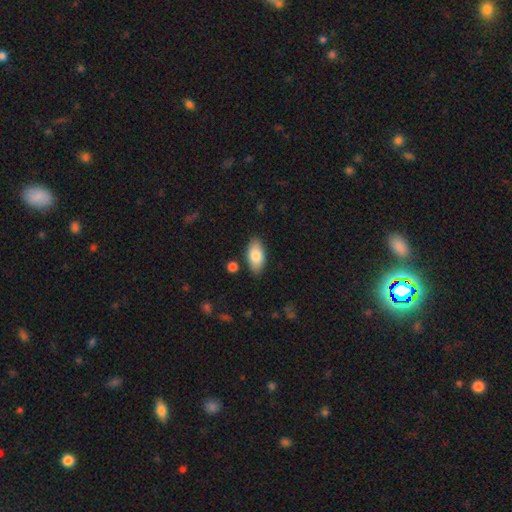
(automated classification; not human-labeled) smooth 81%, featured or disk 13%, star or artifact 6%. Down the decision tree: how rounded — in between (92%); merging — none (85%).